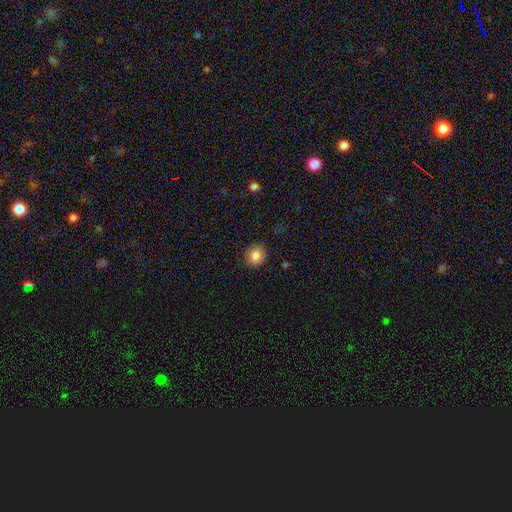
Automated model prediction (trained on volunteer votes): smooth 84%, star or artifact 10%, featured or disk 5%. Down the decision tree: how rounded — round (84%); merging — none (90%).